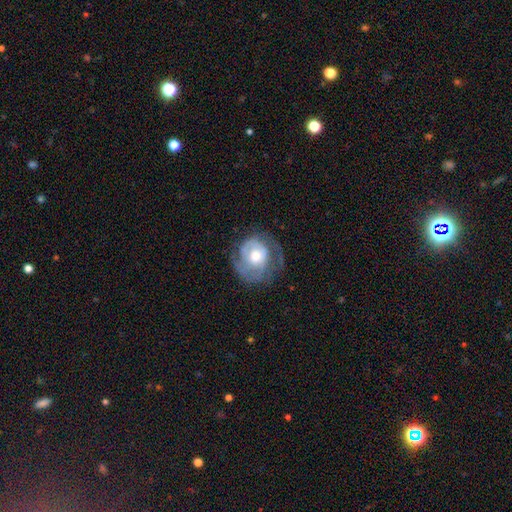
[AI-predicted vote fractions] Smooth or featured: featured or disk — 63% (smooth — 30%)
Edge-on disk: no — 97% (yes — 3%)
Bar: no — 77% (weak — 20%)
Spiral arms: yes — 71% (no — 29%)
Bulge size: moderate — 64% (large — 20%)
Merging: none — 50% (minor disturbance — 25%)